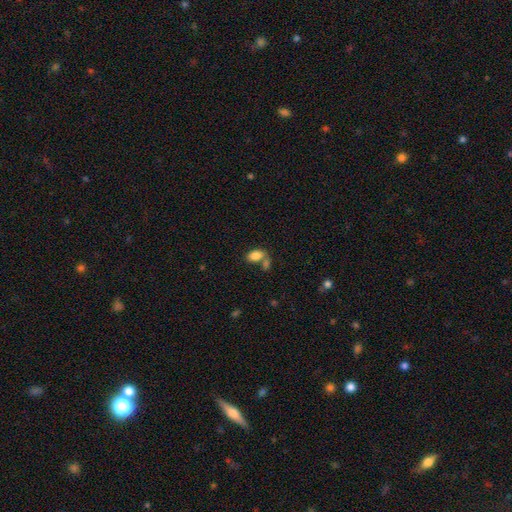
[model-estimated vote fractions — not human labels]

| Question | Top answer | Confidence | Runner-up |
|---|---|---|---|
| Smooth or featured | smooth | 83% | star or artifact (8%) |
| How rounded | in between | 92% | round (6%) |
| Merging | none | 48% | merger (36%) |